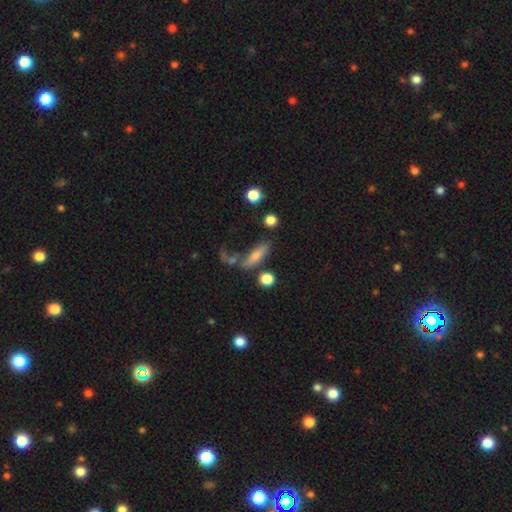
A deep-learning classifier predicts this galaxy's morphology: This is likely a smooth galaxy (61%). How rounded: possibly cigar-shaped (59%). Merging: possibly none (46%).